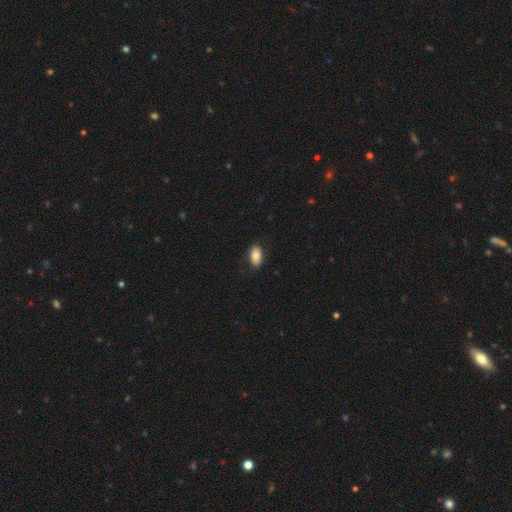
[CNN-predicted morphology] A smooth galaxy with no disk features (84%) that is in between round and cigar-shaped (92%).

Vote fractions:
- Smooth or featured? smooth: 84% / featured or disk: 9% / star or artifact: 7%
- How rounded? in between: 92% / round: 5% / cigar-shaped: 3%
- Merging? none: 85% / minor disturbance: 12% / major disturbance: 2% / merger: 1%